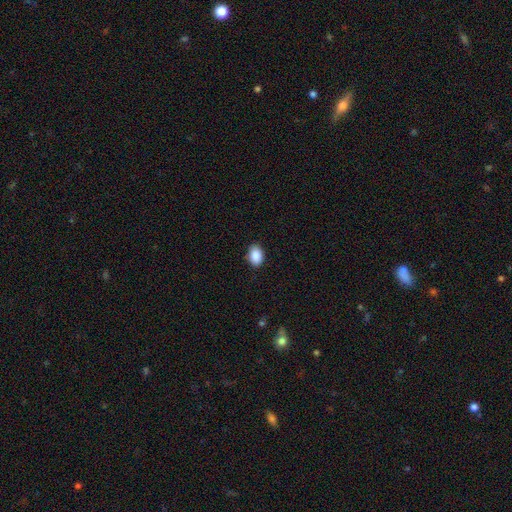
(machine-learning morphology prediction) This appears to be a smooth galaxy with no disk features (89%) that is in between round and cigar-shaped (82%). Merging: none (87%).